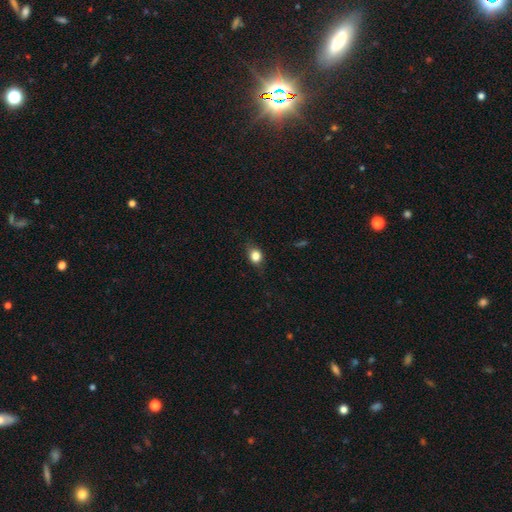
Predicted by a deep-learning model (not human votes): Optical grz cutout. It shows a smooth galaxy with no disk features (79%) that is round (52%). Merging: none (74%).